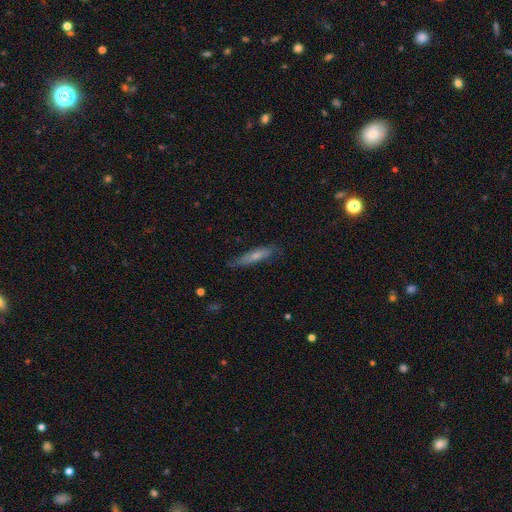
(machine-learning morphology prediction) Smooth or featured? smooth (56%)
How rounded? cigar-shaped (79%)
Merging? none (70%)